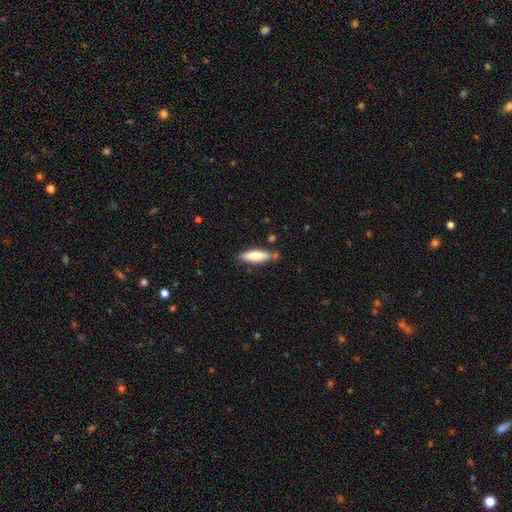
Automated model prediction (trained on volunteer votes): The model was most divided on "how rounded": cigar-shaped: 57%, in between: 41%, round: 2%. More confident: smooth or featured — smooth (78%); merging — none (73%).